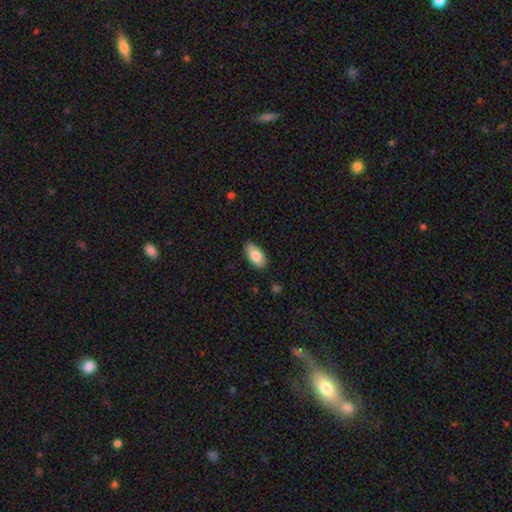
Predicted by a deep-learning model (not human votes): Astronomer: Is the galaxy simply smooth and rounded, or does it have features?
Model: smooth — 82%.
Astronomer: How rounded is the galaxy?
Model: in between — 93%.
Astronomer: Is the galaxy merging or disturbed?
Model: none — 85%.